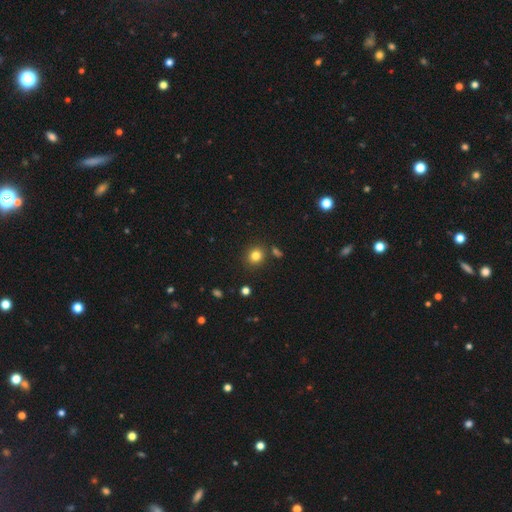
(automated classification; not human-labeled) smooth-or-featured: smooth: 81% | star or artifact: 13% | featured or disk: 6%
  how-rounded: round: 81% | in between: 18% | cigar-shaped: 1%
  merging: none: 84% | minor disturbance: 8% | merger: 5% | major disturbance: 3%